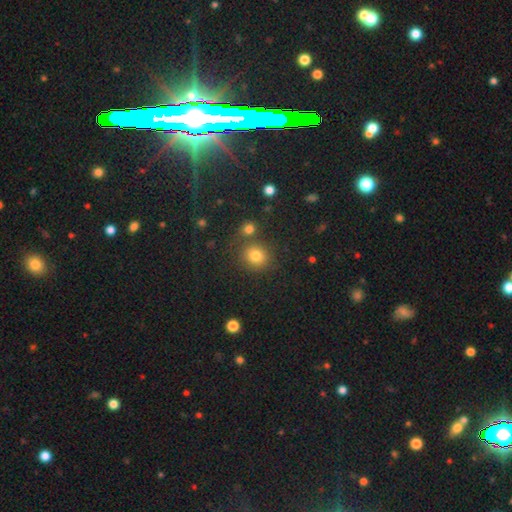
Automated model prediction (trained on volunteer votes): Smooth or featured? smooth (78%)
How rounded? round (82%)
Merging? none (74%)